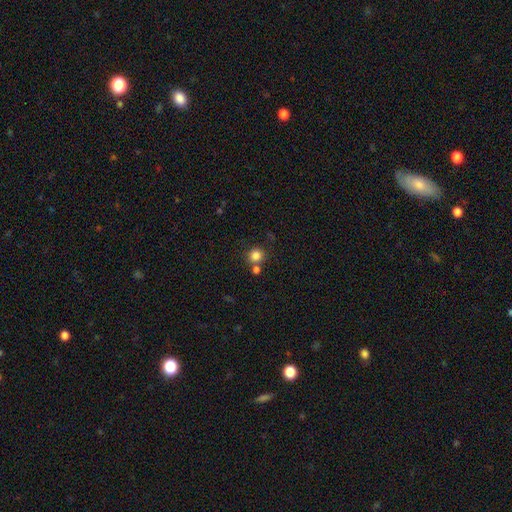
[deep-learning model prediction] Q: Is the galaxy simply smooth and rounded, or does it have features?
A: smooth — 83%.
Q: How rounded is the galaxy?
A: round — 91%.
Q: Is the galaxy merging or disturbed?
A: none — 68%.